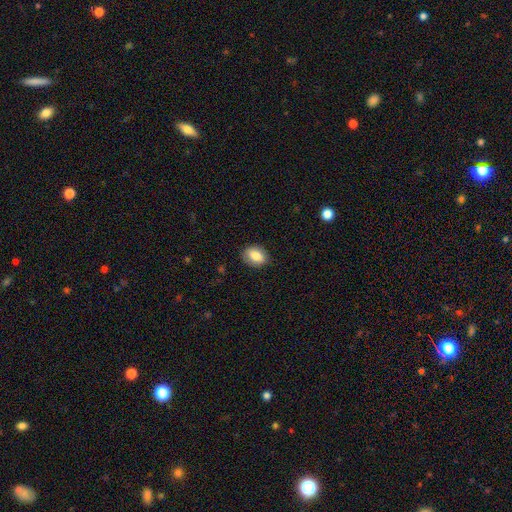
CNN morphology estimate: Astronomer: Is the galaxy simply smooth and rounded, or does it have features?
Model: smooth — 83%.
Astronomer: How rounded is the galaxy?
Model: in between — 74%.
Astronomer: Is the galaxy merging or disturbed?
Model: none — 84%.